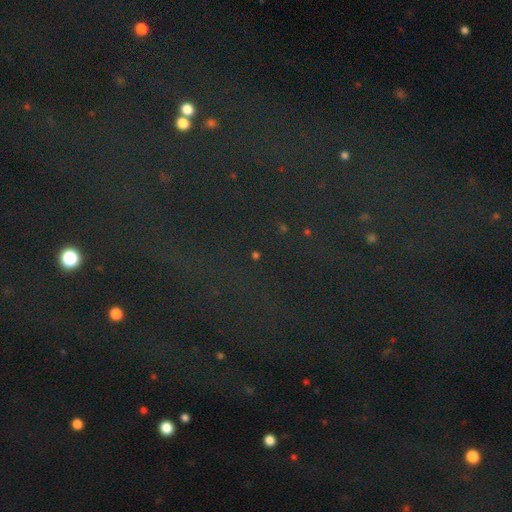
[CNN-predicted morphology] The model was most divided on "smooth or featured": star or artifact: 75%, smooth: 16%, featured or disk: 9%.